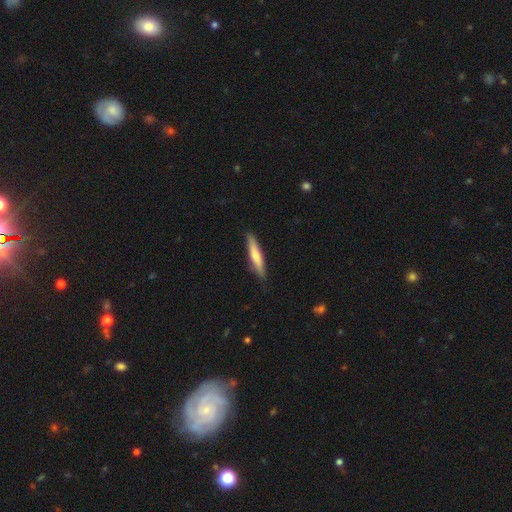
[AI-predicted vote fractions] The model was most divided on "smooth or featured": smooth: 62%, featured or disk: 33%, star or artifact: 5%. More confident: how rounded — cigar-shaped (89%); merging — none (86%).